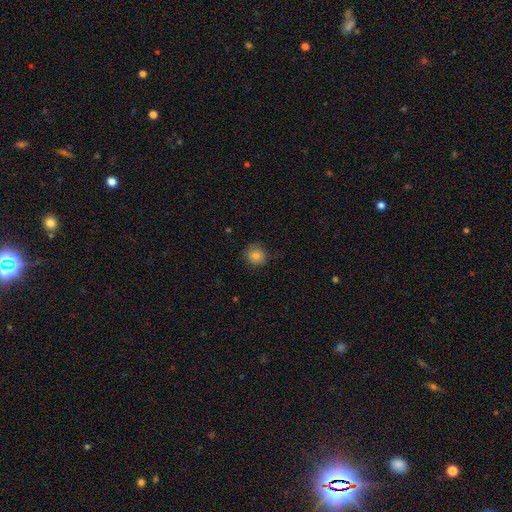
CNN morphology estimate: This is clearly a smooth galaxy (81%). How rounded: clearly round (89%). Merging: clearly none (81%).